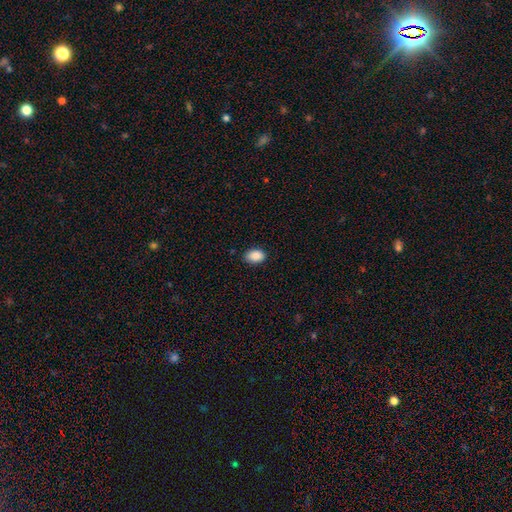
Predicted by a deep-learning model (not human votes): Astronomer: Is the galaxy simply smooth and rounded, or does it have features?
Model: smooth — 90%.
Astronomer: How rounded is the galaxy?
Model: in between — 87%.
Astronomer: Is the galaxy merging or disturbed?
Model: none — 86%.